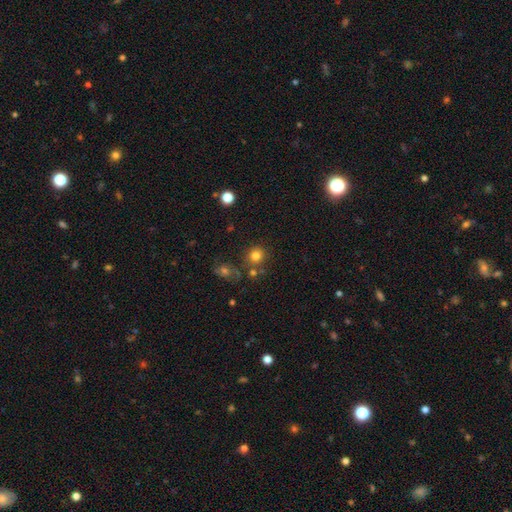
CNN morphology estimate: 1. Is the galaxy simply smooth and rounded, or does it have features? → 80% smooth, 13% star or artifact, 7% featured or disk.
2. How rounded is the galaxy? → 87% round, 12% in between, 1% cigar-shaped.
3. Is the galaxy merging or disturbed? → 74% none, 11% merger, 10% minor disturbance, 4% major disturbance.